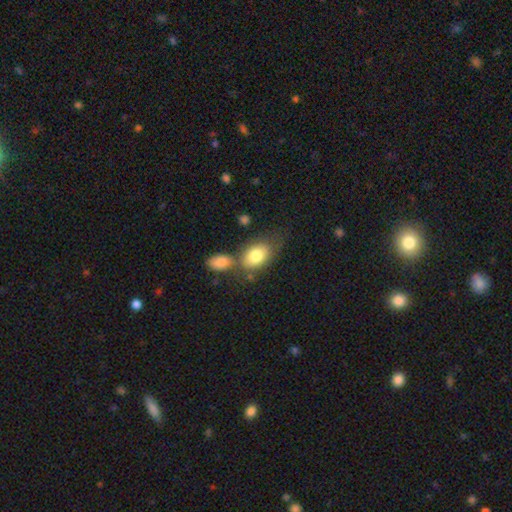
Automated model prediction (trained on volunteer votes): A smooth galaxy with no disk features (80%) that is in between round and cigar-shaped (82%).

Vote fractions:
- Smooth or featured? smooth: 80% / featured or disk: 13% / star or artifact: 7%
- How rounded? in between: 82% / round: 16% / cigar-shaped: 2%
- Merging? none: 46% / merger: 30% / minor disturbance: 16% / major disturbance: 8%